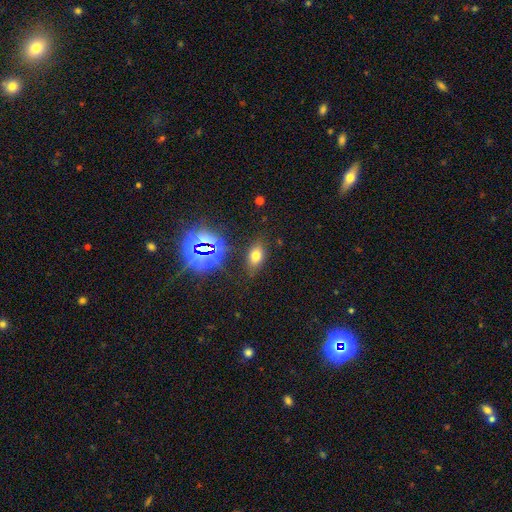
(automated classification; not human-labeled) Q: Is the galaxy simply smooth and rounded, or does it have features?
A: smooth — 64%.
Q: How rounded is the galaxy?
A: in between — 84%.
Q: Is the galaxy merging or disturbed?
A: none — 82%.